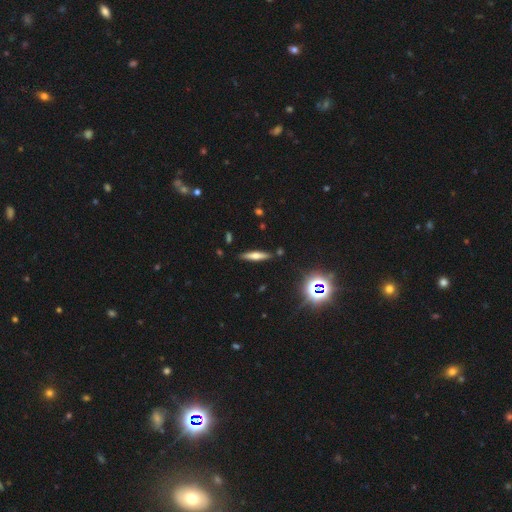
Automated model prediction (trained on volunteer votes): The model was most divided on "smooth or featured": smooth: 47%, featured or disk: 41%, star or artifact: 12%. More confident: merging — none (86%).